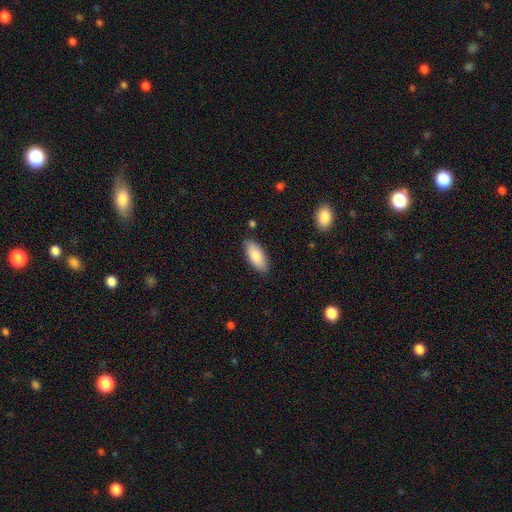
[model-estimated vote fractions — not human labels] This is clearly a smooth galaxy (85%). How rounded: clearly in between (87%). Merging: clearly none (86%).